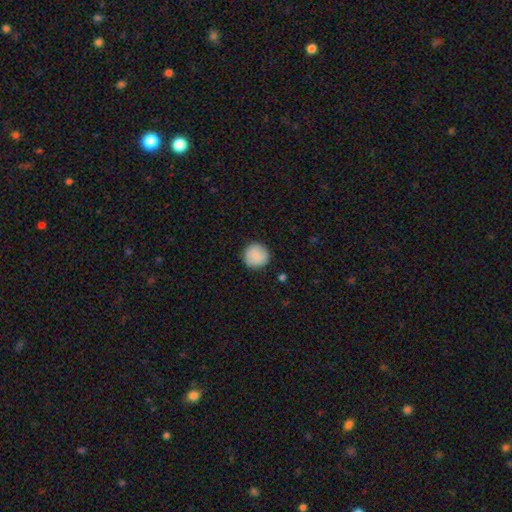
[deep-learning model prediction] A smooth galaxy with no disk features (87%) that is round (95%).

Vote fractions:
- Smooth or featured? smooth: 87% / star or artifact: 7% / featured or disk: 6%
- How rounded? round: 95% / in between: 4% / cigar-shaped: 1%
- Merging? none: 90% / minor disturbance: 7% / major disturbance: 2% / merger: 1%